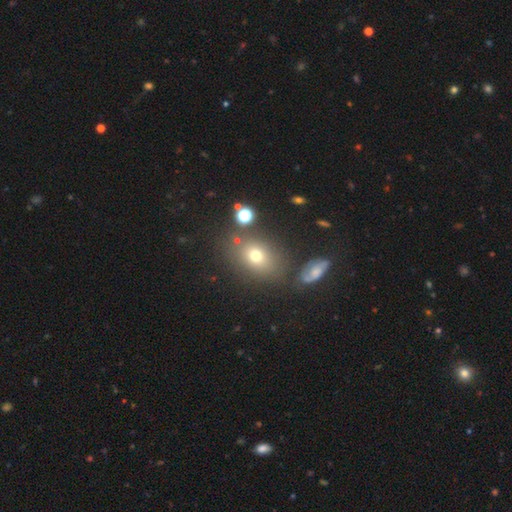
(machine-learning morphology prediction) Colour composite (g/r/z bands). It shows a smooth galaxy with no disk features (69%) that is in between round and cigar-shaped (56%). Merging: none (74%).